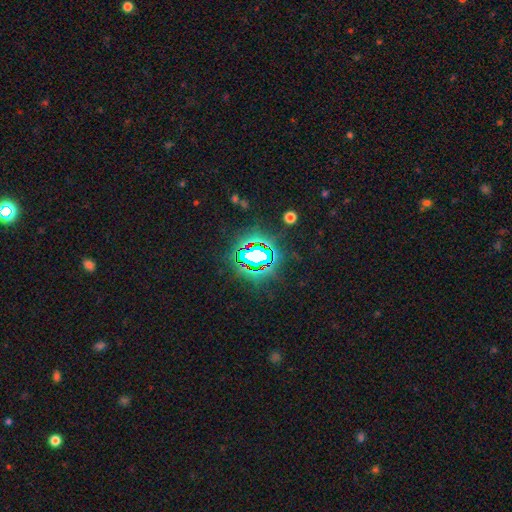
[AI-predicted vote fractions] Smooth or featured?
  - star or artifact: 76% *
  - smooth: 13%
  - featured or disk: 11%